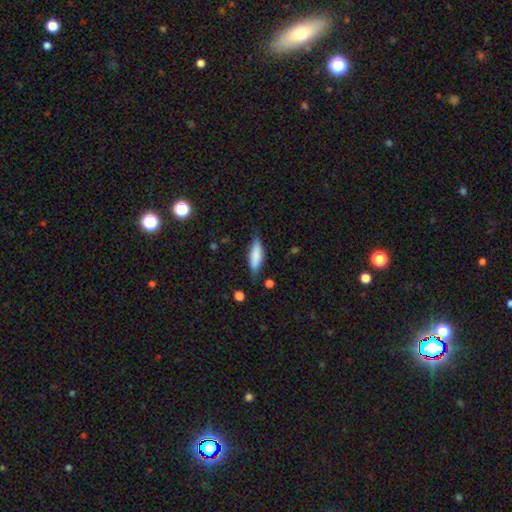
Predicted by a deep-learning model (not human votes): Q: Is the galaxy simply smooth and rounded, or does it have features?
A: smooth — 78%.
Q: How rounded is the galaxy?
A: in between — 50%.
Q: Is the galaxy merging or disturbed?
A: none — 74%.